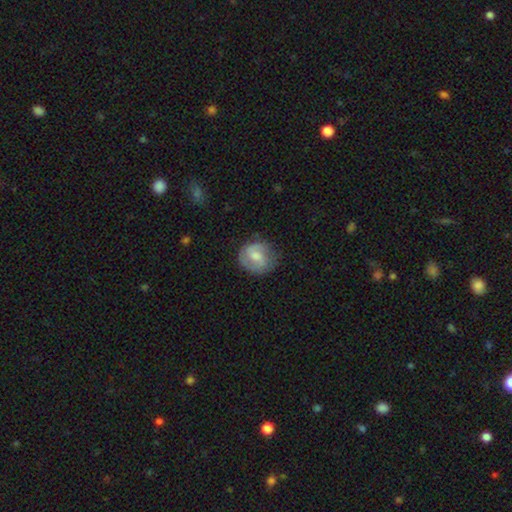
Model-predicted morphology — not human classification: featured or disk 55%, smooth 39%, star or artifact 6%. Down the decision tree: edge-on disk — no (98%); bar — weak (52%); spiral arms — yes (83%); bulge size — moderate (51%); merging — none (70%).